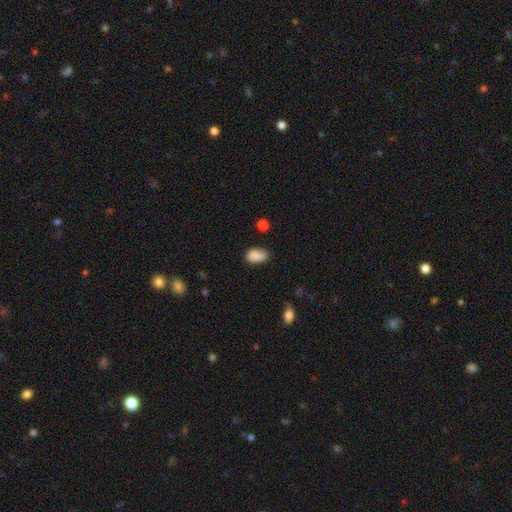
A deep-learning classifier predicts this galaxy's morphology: smooth_or_featured: smooth (p=0.87) [alt: star or artifact p=0.08]
how_rounded: in between (p=0.90) [alt: round p=0.07]
merging: none (p=0.66) [alt: minor disturbance p=0.26]